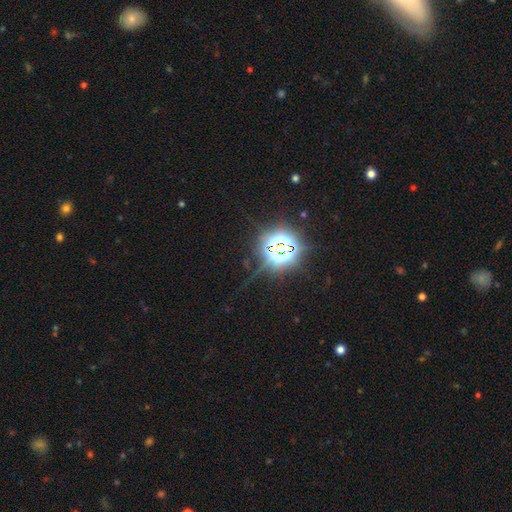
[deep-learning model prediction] Morphology: type=star or artifact (84%).